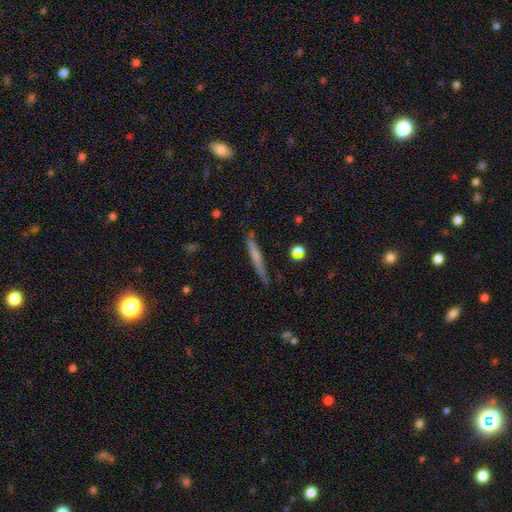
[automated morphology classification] smooth_or_featured: smooth (p=0.56) [alt: featured or disk p=0.37]
how_rounded: cigar-shaped (p=0.94) [alt: in between p=0.04]
merging: none (p=0.76) [alt: minor disturbance p=0.18]